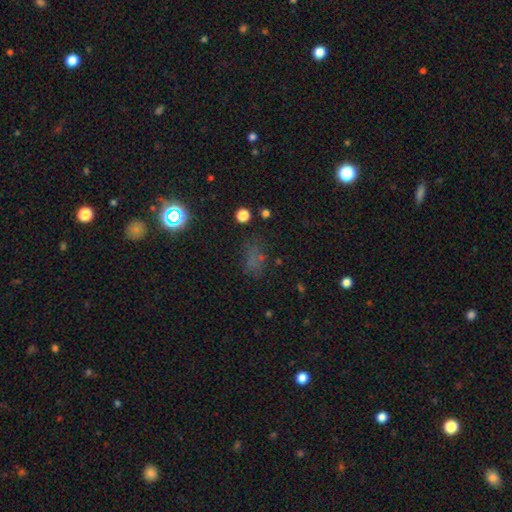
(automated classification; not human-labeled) smooth_or_featured: smooth (p=0.46) [alt: star or artifact p=0.43]
merging: none (p=0.67) [alt: minor disturbance p=0.17]